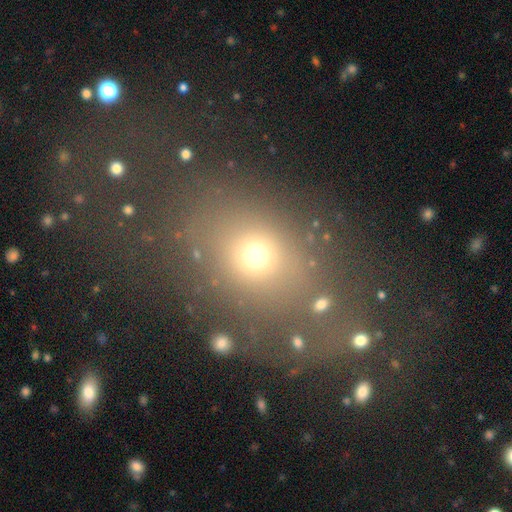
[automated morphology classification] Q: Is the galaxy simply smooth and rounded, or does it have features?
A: smooth — 63%.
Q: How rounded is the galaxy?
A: round — 51%.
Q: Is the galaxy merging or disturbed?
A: none — 65%.